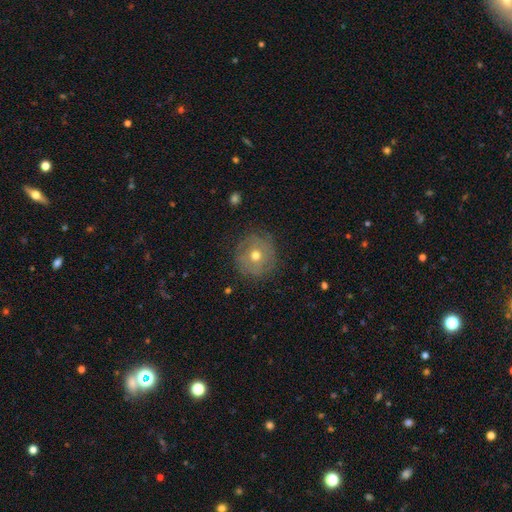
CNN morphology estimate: Smooth or featured?
  - smooth: 45% *
  - featured or disk: 44%
  - star or artifact: 11%
Merging?
  - none: 79% *
  - minor disturbance: 14%
  - major disturbance: 6%
  - merger: 1%